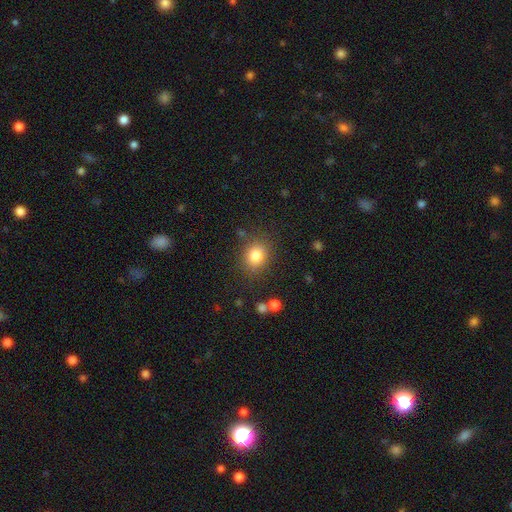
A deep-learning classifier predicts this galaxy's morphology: This is clearly a smooth galaxy (83%). How rounded: possibly round (59%). Merging: clearly none (80%).